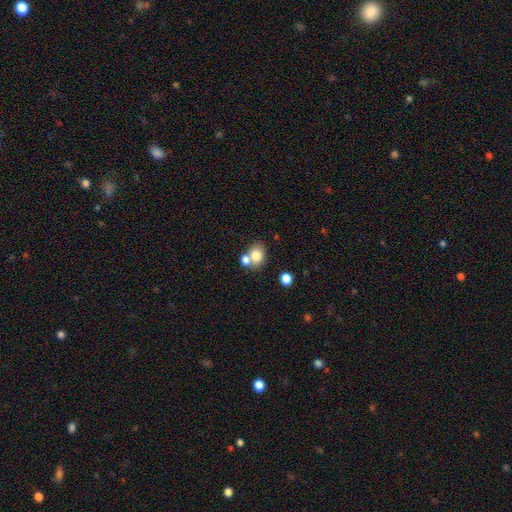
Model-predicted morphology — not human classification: Q: Smooth or featured?
A: smooth (78%); runner-up: featured or disk (12%)
Q: How rounded?
A: round (51%); runner-up: in between (48%)
Q: Merging?
A: none (45%); runner-up: merger (41%)